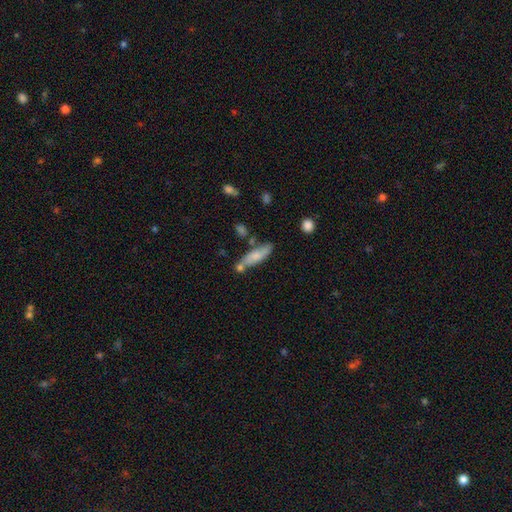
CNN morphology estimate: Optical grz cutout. It shows a smooth galaxy with no disk features (69%) that is cigar-shaped (57%). Merging: none (59%).